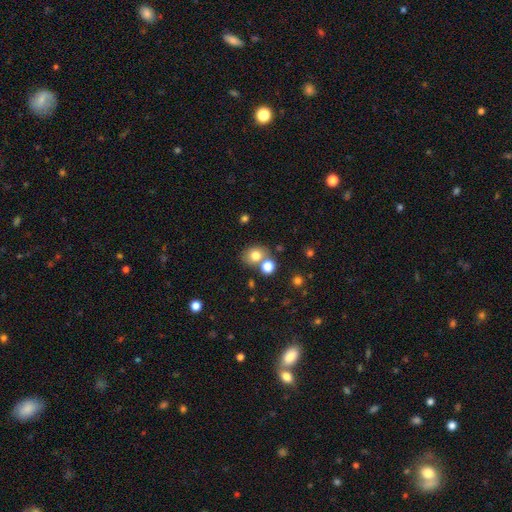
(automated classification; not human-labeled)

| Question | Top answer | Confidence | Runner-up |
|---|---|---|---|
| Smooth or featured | smooth | 78% | star or artifact (13%) |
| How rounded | round | 65% | in between (34%) |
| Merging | none | 61% | merger (25%) |